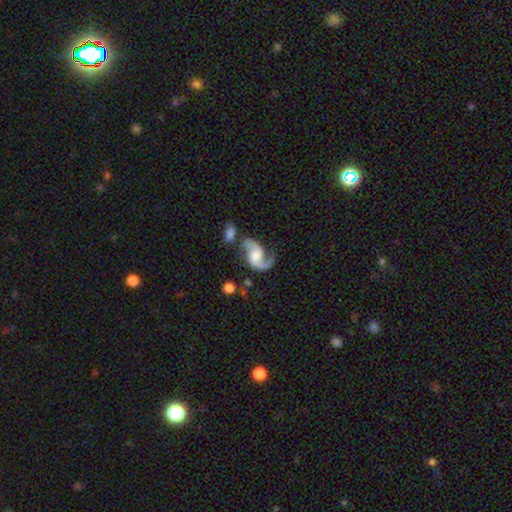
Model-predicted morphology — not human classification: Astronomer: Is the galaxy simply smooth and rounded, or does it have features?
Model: featured or disk — 89%.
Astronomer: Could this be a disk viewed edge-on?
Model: no — 98%.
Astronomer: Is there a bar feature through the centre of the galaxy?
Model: no — 51% (runner-up: weak, 39%).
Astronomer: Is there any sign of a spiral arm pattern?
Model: yes — 97%.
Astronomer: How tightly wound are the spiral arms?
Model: loose — 53% (runner-up: medium, 39%).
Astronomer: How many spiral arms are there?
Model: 2 — 86%.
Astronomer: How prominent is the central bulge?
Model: moderate — 43% (runner-up: large, 20%).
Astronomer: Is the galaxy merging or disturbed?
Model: none — 50%.